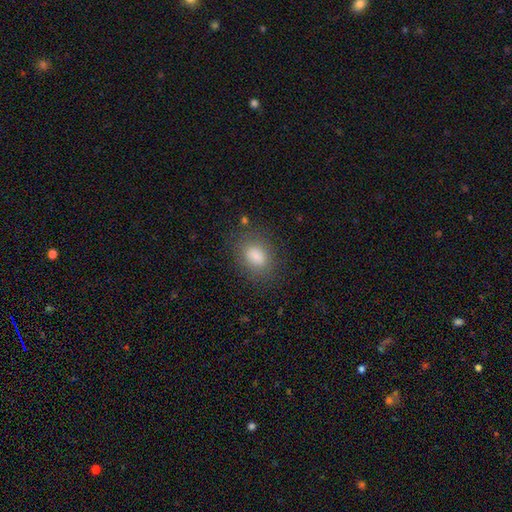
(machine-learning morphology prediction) smooth_or_featured: smooth (p=0.83) [alt: star or artifact p=0.10]
how_rounded: in between (p=0.76) [alt: round p=0.23]
merging: none (p=0.81) [alt: minor disturbance p=0.13]